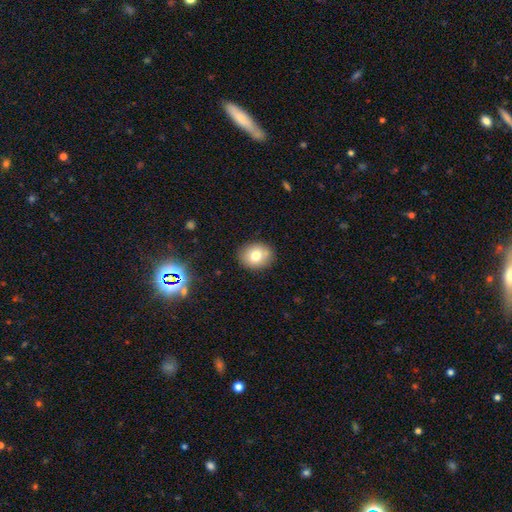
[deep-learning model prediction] The model was most divided on "how rounded": round: 57%, in between: 42%, cigar-shaped: 1%. More confident: merging — none (86%); smooth or featured — smooth (77%).